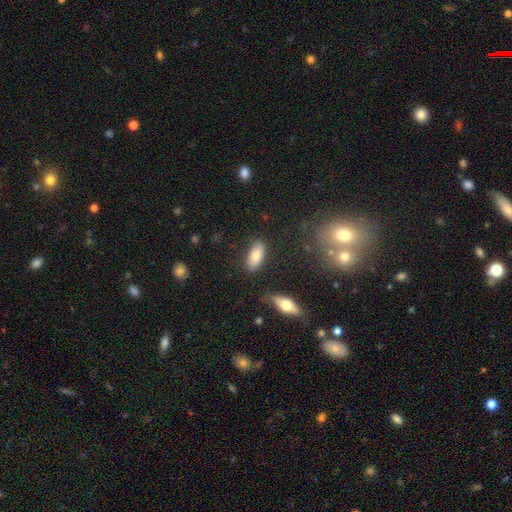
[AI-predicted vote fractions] smooth-or-featured: smooth: 78% | featured or disk: 14% | star or artifact: 8%
  how-rounded: in between: 87% | cigar-shaped: 10% | round: 3%
  merging: none: 82% | minor disturbance: 12% | major disturbance: 3% | merger: 3%